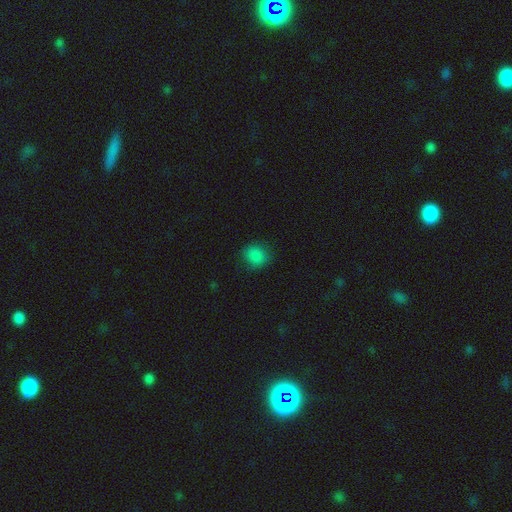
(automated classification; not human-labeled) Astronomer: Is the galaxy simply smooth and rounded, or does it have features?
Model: smooth — 84%.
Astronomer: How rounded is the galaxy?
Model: round — 76%.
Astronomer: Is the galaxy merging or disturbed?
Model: none — 81%.